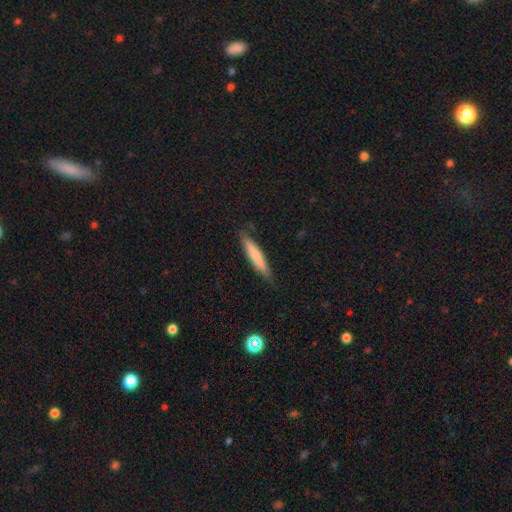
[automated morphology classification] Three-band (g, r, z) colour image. It shows a smooth galaxy with no disk features (73%) that is cigar-shaped (91%). Merging: none (85%).